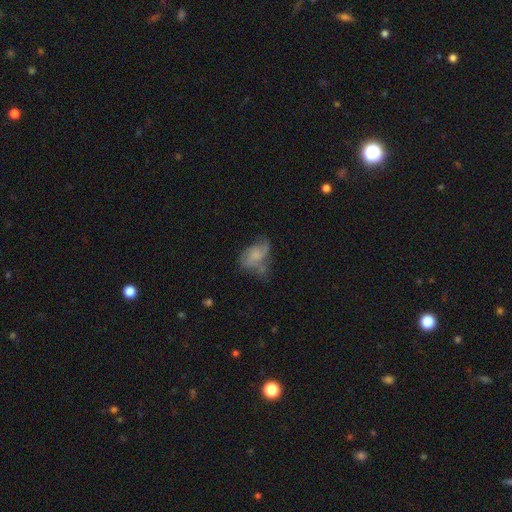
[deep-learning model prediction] Q: Smooth or featured?
A: smooth (55%); runner-up: featured or disk (35%)
Q: How rounded?
A: in between (86%); runner-up: round (12%)
Q: Merging?
A: none (31%); tied with: minor disturbance (31%)